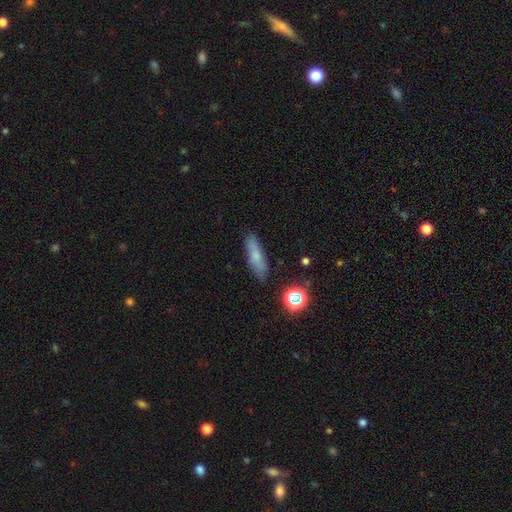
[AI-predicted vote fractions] smooth-or-featured: smooth: 72% | featured or disk: 18% | star or artifact: 10%
  how-rounded: cigar-shaped: 62% | in between: 35% | round: 3%
  merging: none: 85% | minor disturbance: 11% | major disturbance: 2% | merger: 2%